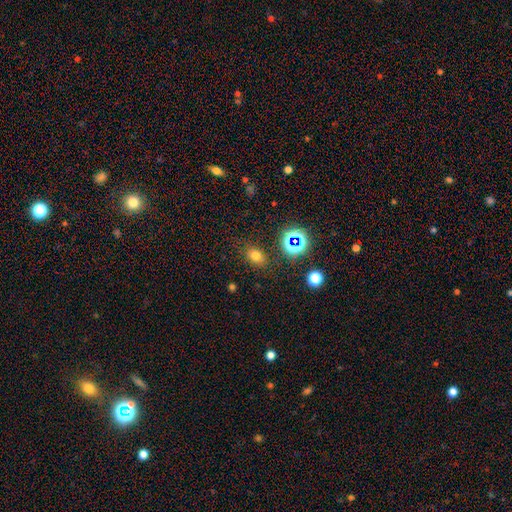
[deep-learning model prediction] smooth 70%, star or artifact 22%, featured or disk 8%. Down the decision tree: how rounded — in between (62%); merging — none (82%).